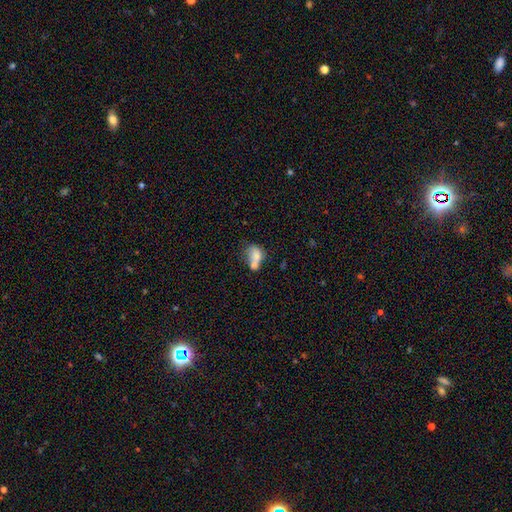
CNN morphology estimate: A smooth galaxy with no disk features (70%) that is in between round and cigar-shaped (75%).

Vote fractions:
- Smooth or featured? smooth: 70% / featured or disk: 20% / star or artifact: 10%
- How rounded? in between: 75% / round: 22% / cigar-shaped: 3%
- Merging? merger: 58% / none: 20% / minor disturbance: 12% / major disturbance: 9%